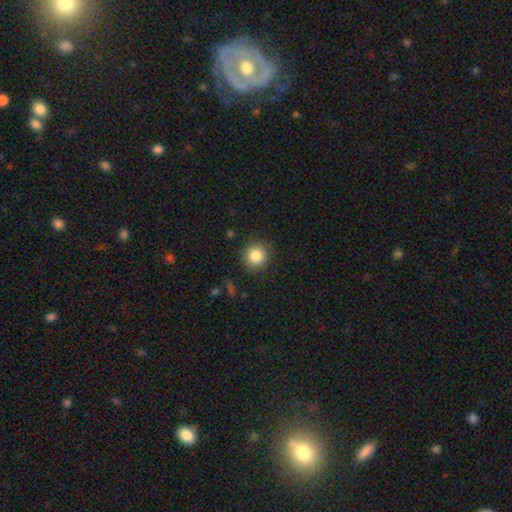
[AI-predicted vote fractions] Smooth or featured?
  - smooth: 84% *
  - star or artifact: 10%
  - featured or disk: 6%
How rounded?
  - round: 92% *
  - in between: 7%
  - cigar-shaped: 1%
Merging?
  - none: 88% *
  - minor disturbance: 8%
  - major disturbance: 3%
  - merger: 1%